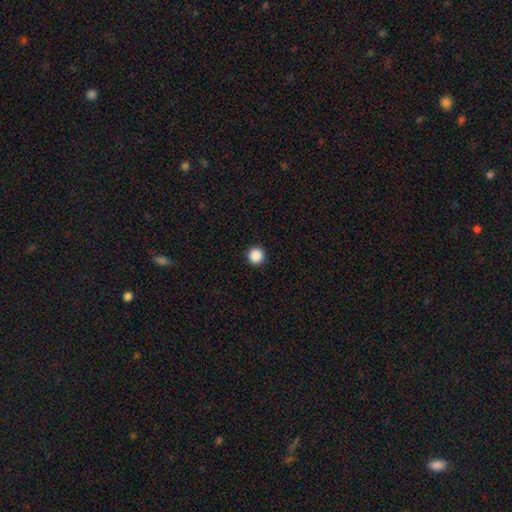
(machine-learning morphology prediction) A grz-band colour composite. It shows a smooth galaxy with no disk features (88%) that is round (96%). Merging: none (94%).